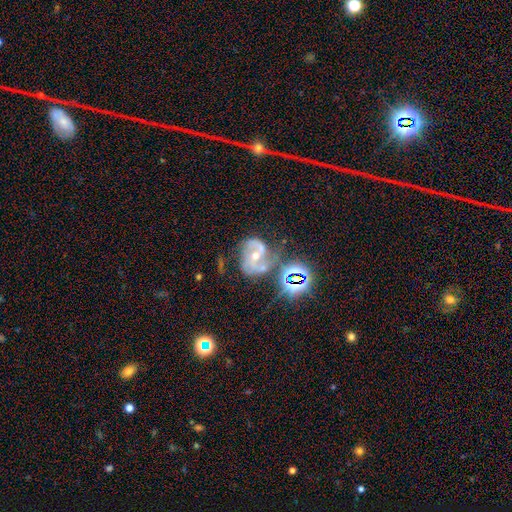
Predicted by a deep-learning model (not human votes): This appears to be a featured or disk galaxy (72%) with no bar (53%), 2 (69%) medium (49%) spiral arms (92%) and a moderate central bulge (54%). Merging: none (45%).